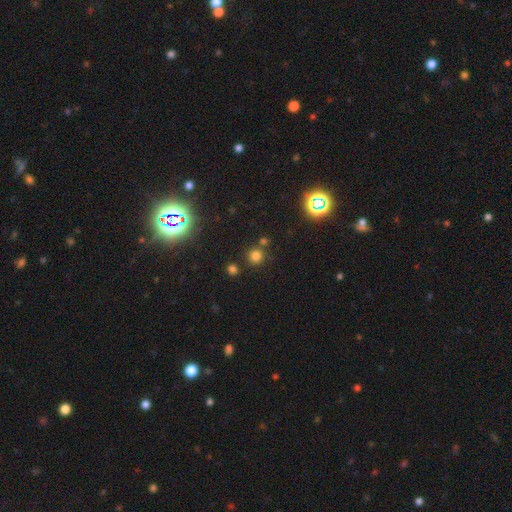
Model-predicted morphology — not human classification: Smooth or featured? smooth (71%)
How rounded? round (91%)
Merging? none (77%)